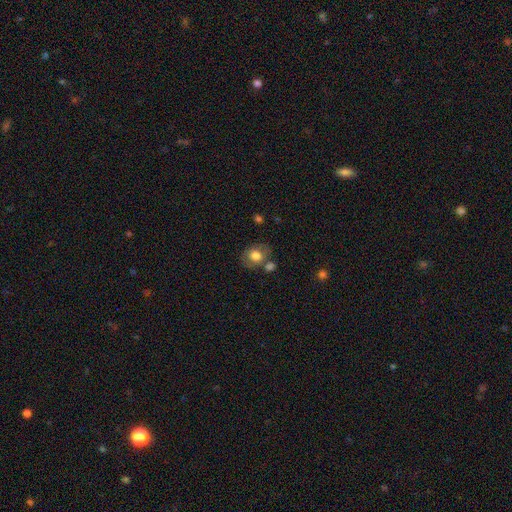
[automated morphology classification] smooth 72%, featured or disk 20%, star or artifact 8%. Down the decision tree: how rounded — round (51%); merging — none (64%).